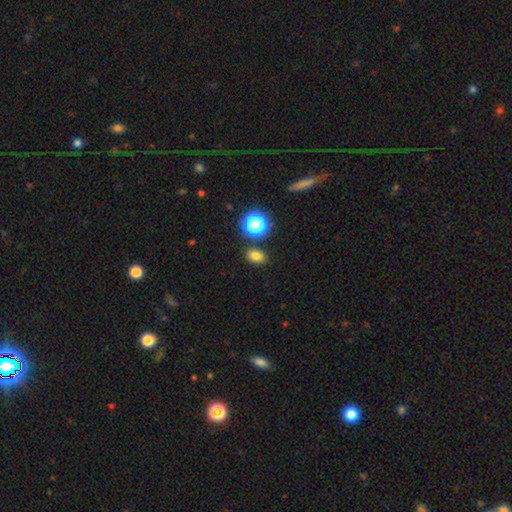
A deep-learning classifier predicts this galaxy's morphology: This appears to be a smooth galaxy with no disk features (77%) that is in between round and cigar-shaped (68%). Merging: none (83%).